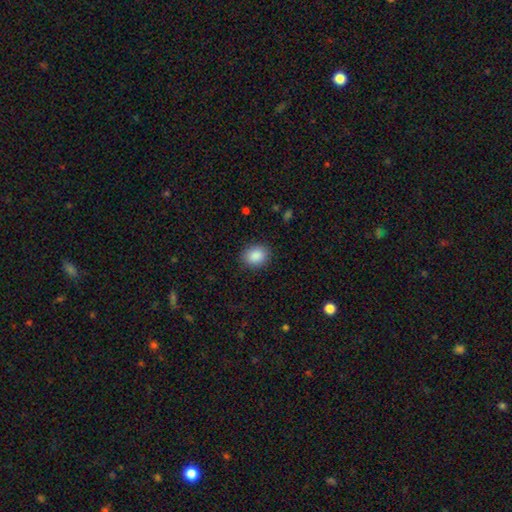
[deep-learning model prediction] Smooth or featured? smooth (88%)
How rounded? round (54%)
Merging? none (88%)